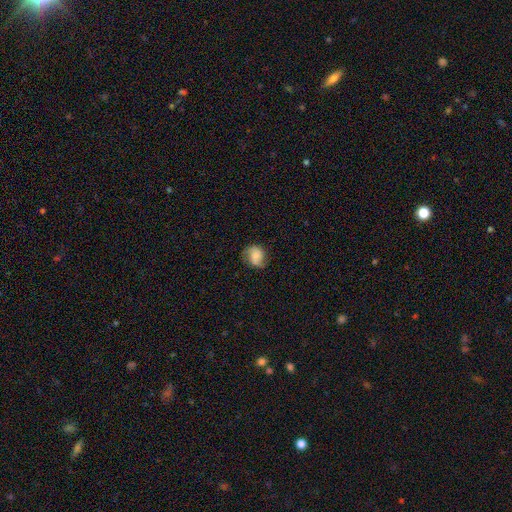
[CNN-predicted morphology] type=smooth (54%); roundness=round (62%); merging=none (68%).